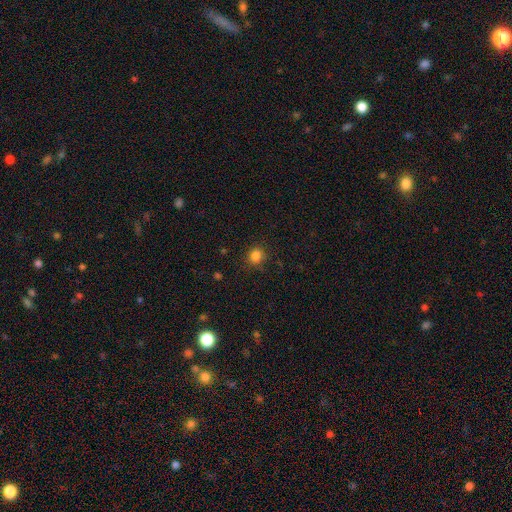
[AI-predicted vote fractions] smooth-or-featured: smooth: 83% | star or artifact: 13% | featured or disk: 4%
  how-rounded: round: 84% | in between: 15% | cigar-shaped: 1%
  merging: none: 86% | minor disturbance: 10% | major disturbance: 3% | merger: 1%